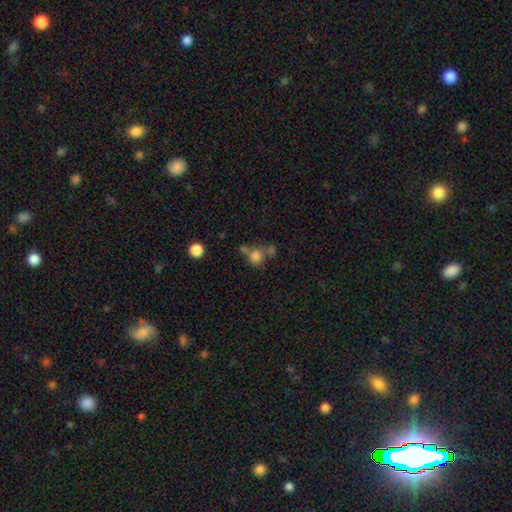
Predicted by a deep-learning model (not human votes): This is likely a smooth galaxy (75%). How rounded: likely round (79%). Merging: marginally none (39%, tied with merger).